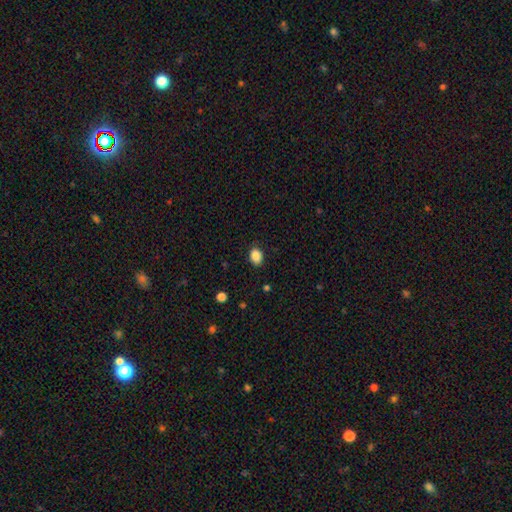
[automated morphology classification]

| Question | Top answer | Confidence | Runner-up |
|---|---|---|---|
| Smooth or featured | smooth | 87% | star or artifact (9%) |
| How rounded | in between | 70% | round (29%) |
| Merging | none | 85% | minor disturbance (11%) |